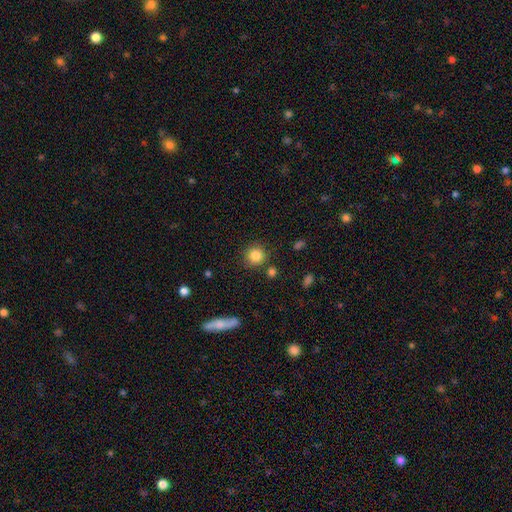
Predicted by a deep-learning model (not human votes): Smooth or featured: smooth — 84% (star or artifact — 10%)
How rounded: round — 91% (in between — 8%)
Merging: none — 84% (minor disturbance — 9%)